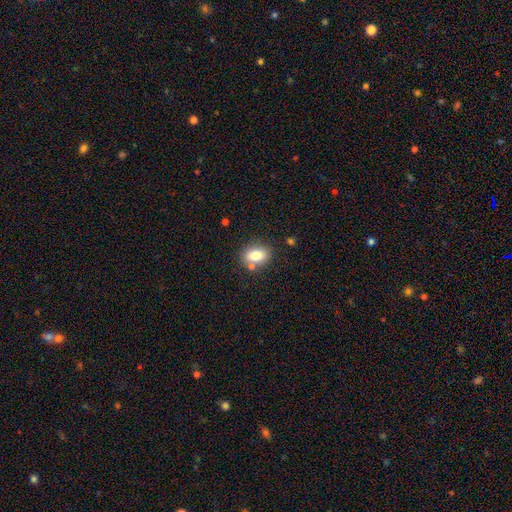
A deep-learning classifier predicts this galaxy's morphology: This is likely a smooth galaxy (79%). How rounded: likely in between (70%). Merging: likely none (72%).